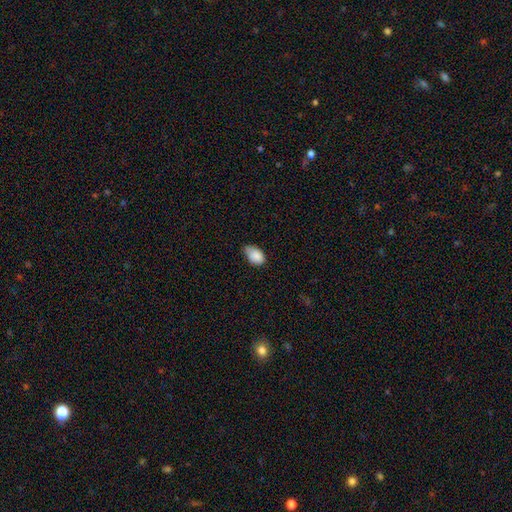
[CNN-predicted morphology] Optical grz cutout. It shows a smooth galaxy with no disk features (85%) that is in between round and cigar-shaped (87%). Merging: none (46%).